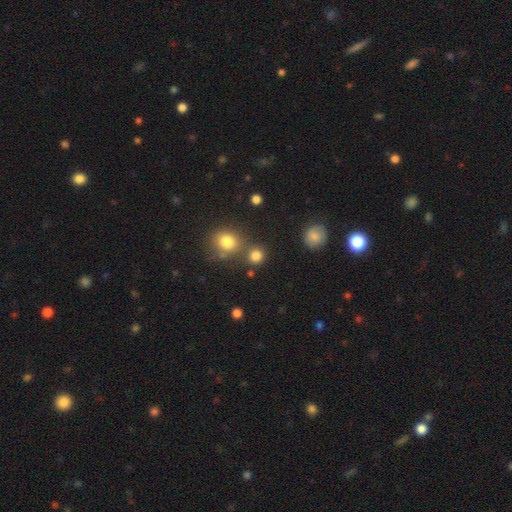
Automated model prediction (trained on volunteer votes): Q: Smooth or featured?
A: smooth (81%); runner-up: star or artifact (13%)
Q: How rounded?
A: round (87%); runner-up: in between (12%)
Q: Merging?
A: none (71%); runner-up: merger (17%)